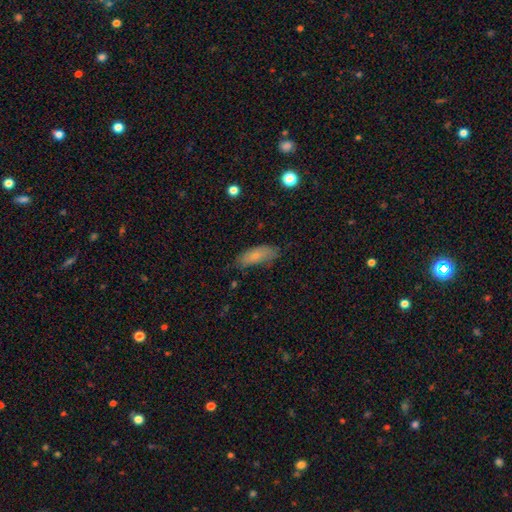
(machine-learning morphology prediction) The model was most divided on "merging": none: 67%, minor disturbance: 26%, major disturbance: 5%, merger: 2%. More confident: smooth or featured — smooth (73%); how rounded — in between (73%).